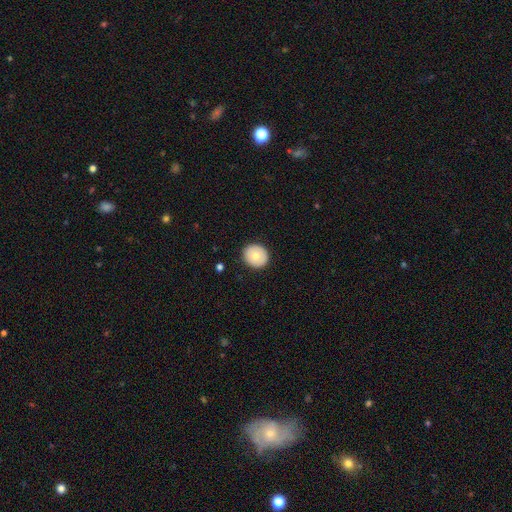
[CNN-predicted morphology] A smooth galaxy with no disk features (72%) that is round (87%).

Vote fractions:
- Smooth or featured? smooth: 72% / featured or disk: 21% / star or artifact: 7%
- How rounded? round: 87% / in between: 12% / cigar-shaped: 1%
- Merging? none: 91% / minor disturbance: 6% / major disturbance: 2% / merger: 1%